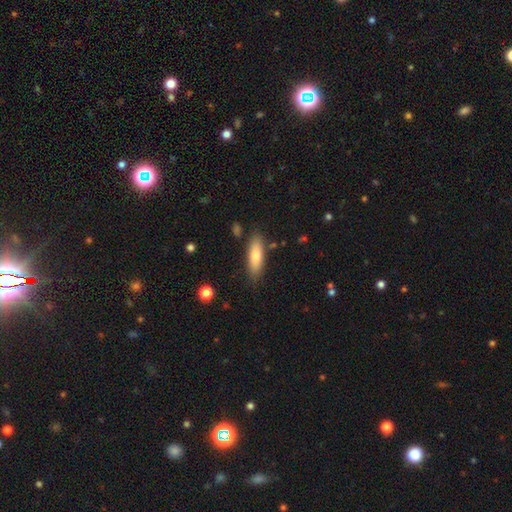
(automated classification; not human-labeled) Smooth or featured?
  - smooth: 75% *
  - featured or disk: 18%
  - star or artifact: 6%
How rounded?
  - in between: 52% *
  - cigar-shaped: 46%
  - round: 2%
Merging?
  - none: 83% *
  - minor disturbance: 12%
  - merger: 3%
  - major disturbance: 3%